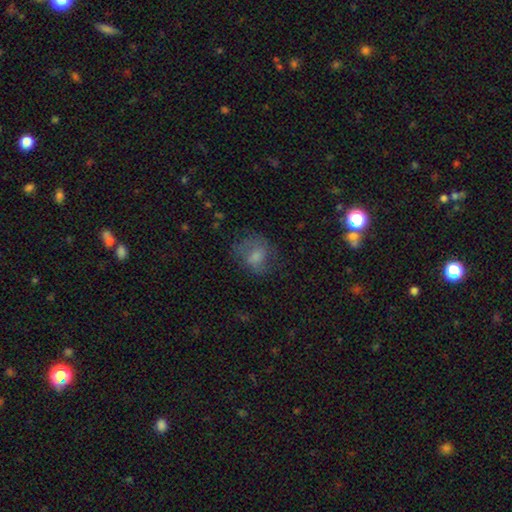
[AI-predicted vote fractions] A smooth galaxy with no disk features (59%) that is round (51%).

Vote fractions:
- Smooth or featured? smooth: 59% / featured or disk: 30% / star or artifact: 11%
- How rounded? round: 51% / in between: 48% / cigar-shaped: 1%
- Merging? none: 52% / minor disturbance: 24% / major disturbance: 23% / merger: 2%